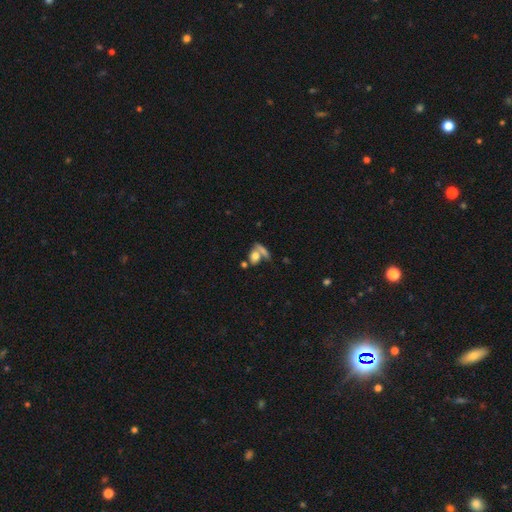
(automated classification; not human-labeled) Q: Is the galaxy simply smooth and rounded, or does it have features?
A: smooth — 69%.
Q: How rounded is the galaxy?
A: in between — 54%.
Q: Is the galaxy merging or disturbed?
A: merger — 43%.